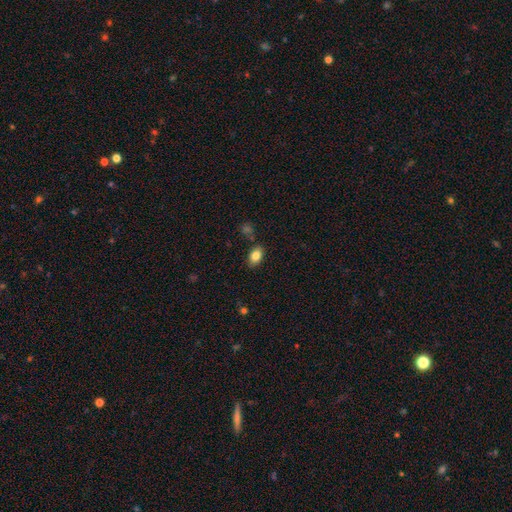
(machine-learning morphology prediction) Overall: smooth (83%). How rounded: in between (85%). Merging: none (81%).